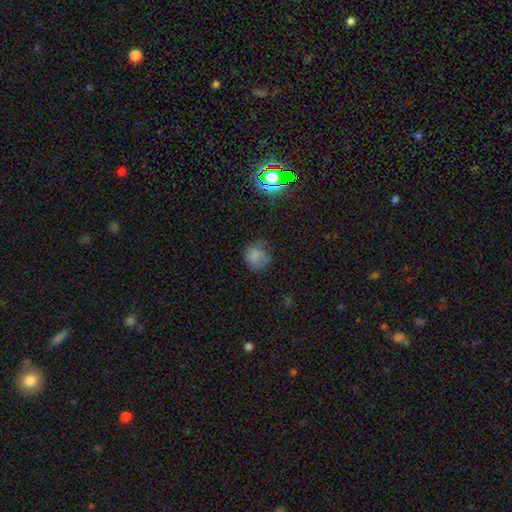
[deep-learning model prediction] smooth-or-featured: smooth: 75% | star or artifact: 14% | featured or disk: 11%
  how-rounded: round: 82% | in between: 17% | cigar-shaped: 1%
  merging: none: 60% | minor disturbance: 28% | major disturbance: 11% | merger: 1%